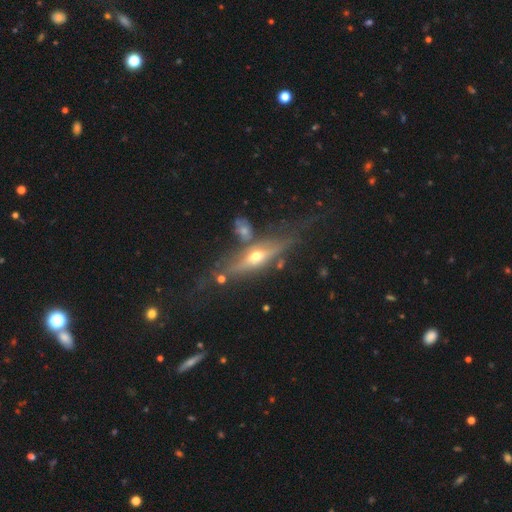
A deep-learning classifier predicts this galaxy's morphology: Smooth or featured?
  - featured or disk: 71% *
  - smooth: 21%
  - star or artifact: 8%
Edge-on disk?
  - yes: 82% *
  - no: 18%
Edge-on bulge?
  - rounded: 91% *
  - none: 5%
  - boxy: 4%
Merging?
  - none: 59% *
  - minor disturbance: 19%
  - major disturbance: 12%
  - merger: 9%